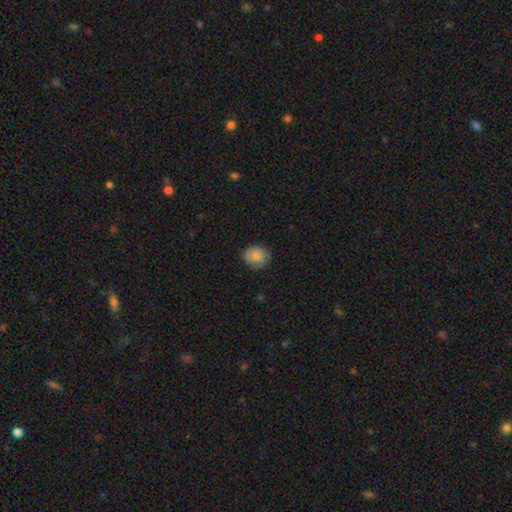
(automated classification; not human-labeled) smooth 81%, featured or disk 12%, star or artifact 8%. Down the decision tree: how rounded — round (73%); merging — none (78%).